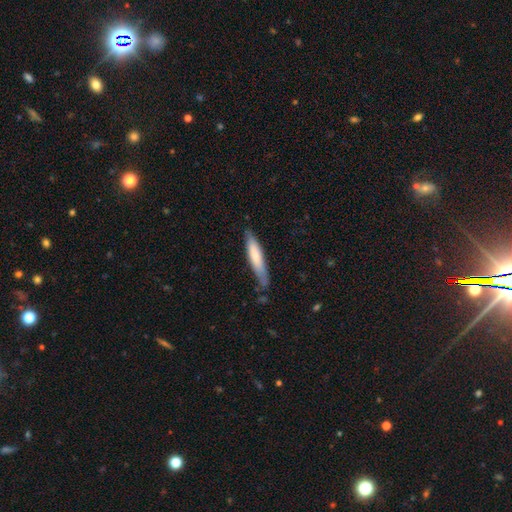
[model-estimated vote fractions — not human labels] A smooth galaxy with no disk features (70%) that is cigar-shaped (86%). Merging: none (76%).